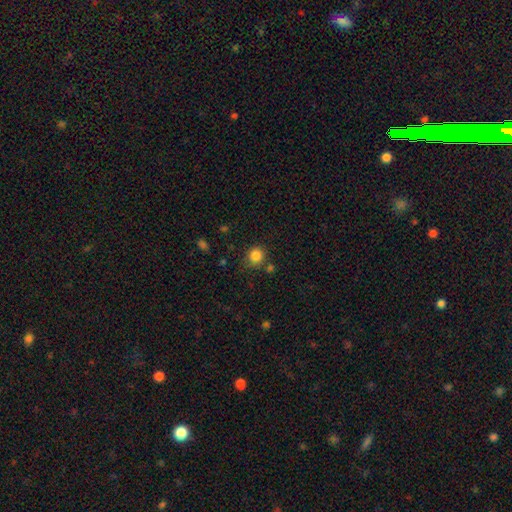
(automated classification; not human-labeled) A smooth galaxy with no disk features (84%) that is round (87%). Merging: none (76%).